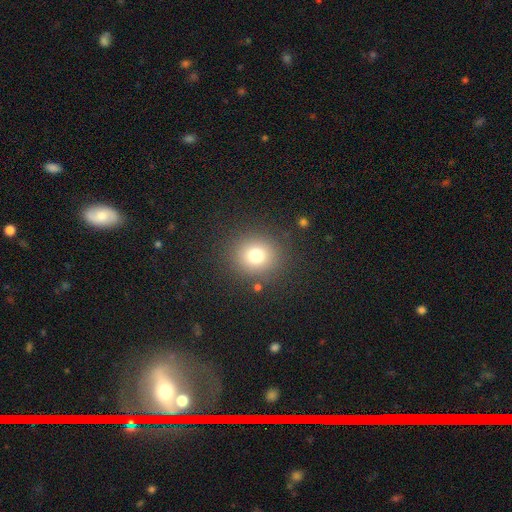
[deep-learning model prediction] smooth-or-featured: smooth: 75% | star or artifact: 15% | featured or disk: 10%
  how-rounded: round: 89% | in between: 10% | cigar-shaped: 1%
  merging: none: 87% | minor disturbance: 7% | major disturbance: 4% | merger: 2%